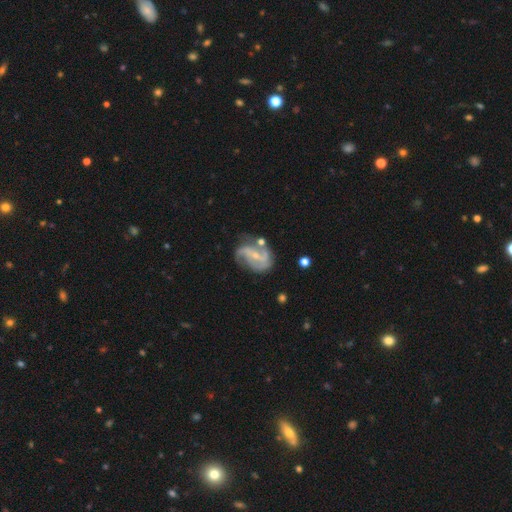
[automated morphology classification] smooth_or_featured: featured or disk (p=0.84) [alt: smooth p=0.10]
disk_edge_on: no (p=0.97) [alt: yes p=0.03]
bar: weak (p=0.42) [alt: strong p=0.32]
has_spiral_arms: yes (p=0.94) [alt: no p=0.06]
spiral_winding: medium (p=0.45) [alt: loose p=0.35]
spiral_arm_count: 2 (p=0.66) [alt: 3 p=0.13]
bulge_size: small (p=0.69) [alt: moderate p=0.24]
merging: none (p=0.53) [alt: minor disturbance p=0.24]